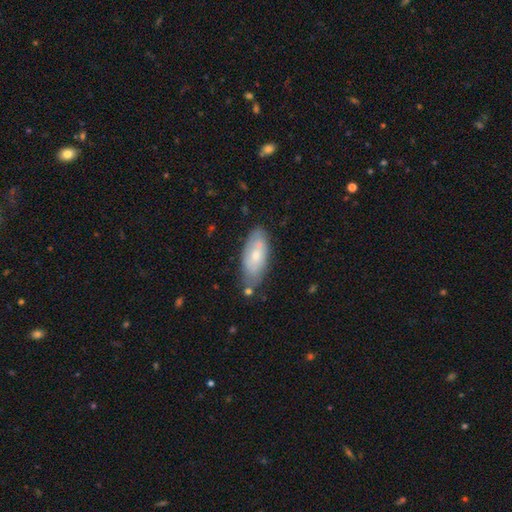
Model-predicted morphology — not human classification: smooth_or_featured: smooth (p=0.58) [alt: featured or disk p=0.36]
how_rounded: in between (p=0.85) [alt: cigar-shaped p=0.12]
merging: none (p=0.66) [alt: minor disturbance p=0.22]